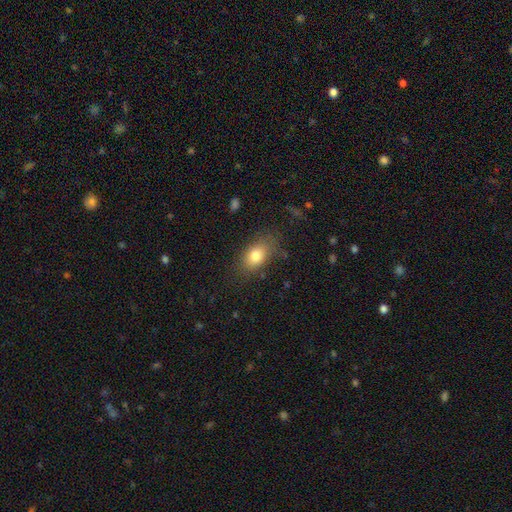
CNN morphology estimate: This is likely a smooth galaxy (79%). How rounded: clearly in between (83%). Merging: likely none (74%).